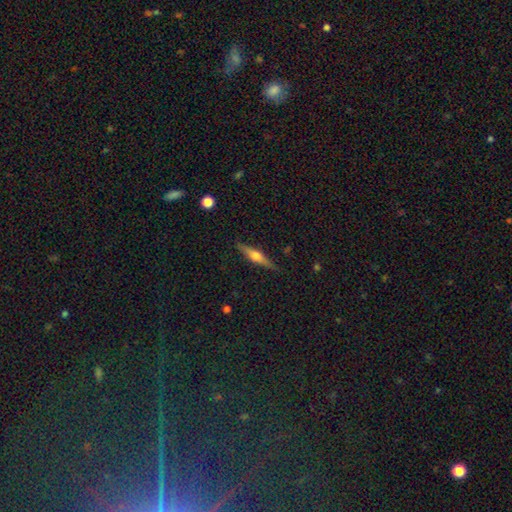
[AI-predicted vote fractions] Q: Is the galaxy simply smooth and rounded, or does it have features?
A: featured or disk — 68%.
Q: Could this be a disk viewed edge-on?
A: yes — 97%.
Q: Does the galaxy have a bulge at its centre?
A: rounded — 88%.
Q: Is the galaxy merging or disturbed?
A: none — 89%.